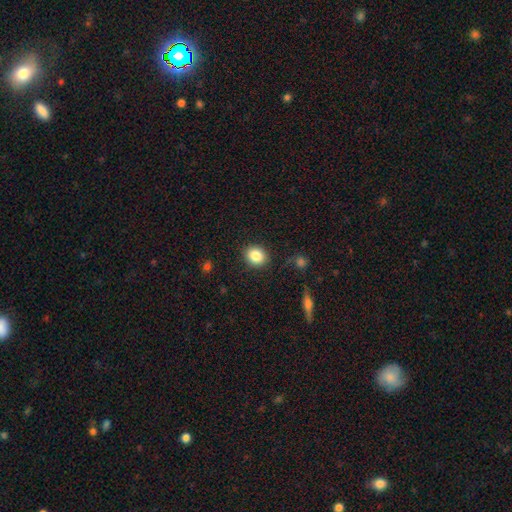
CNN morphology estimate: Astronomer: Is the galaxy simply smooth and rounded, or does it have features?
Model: smooth — 85%.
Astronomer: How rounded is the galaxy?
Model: round — 73%.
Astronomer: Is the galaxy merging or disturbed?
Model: none — 89%.